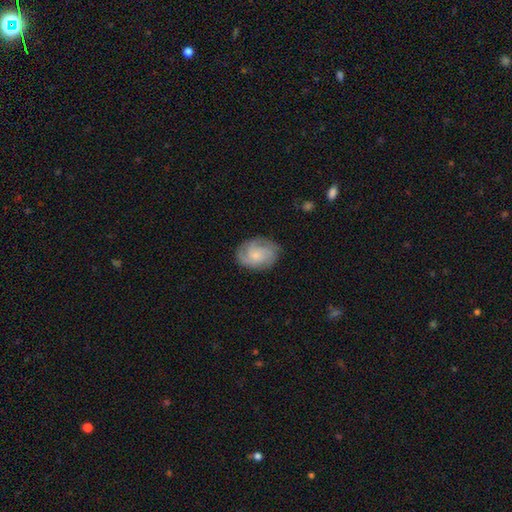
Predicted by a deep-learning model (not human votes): Q: Smooth or featured?
A: featured or disk (63%); runner-up: smooth (30%)
Q: Edge-on disk?
A: no (98%); runner-up: yes (2%)
Q: Bar?
A: no (75%); runner-up: weak (22%)
Q: Spiral arms?
A: yes (93%); runner-up: no (7%)
Q: Spiral winding?
A: tight (46%); runner-up: medium (41%)
Q: Spiral arm count?
A: 3 (38%); runner-up: can't tell (22%)
Q: Bulge size?
A: small (66%); runner-up: moderate (23%)
Q: Merging?
A: none (75%); runner-up: minor disturbance (18%)